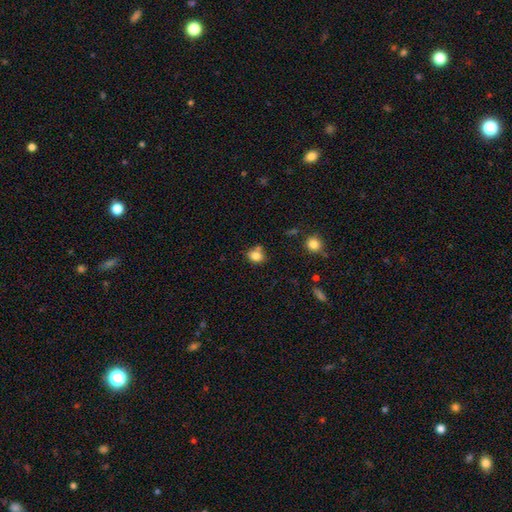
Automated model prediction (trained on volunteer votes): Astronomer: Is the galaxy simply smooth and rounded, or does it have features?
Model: smooth — 82%.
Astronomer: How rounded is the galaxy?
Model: round — 63%.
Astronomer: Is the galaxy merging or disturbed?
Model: none — 63%.